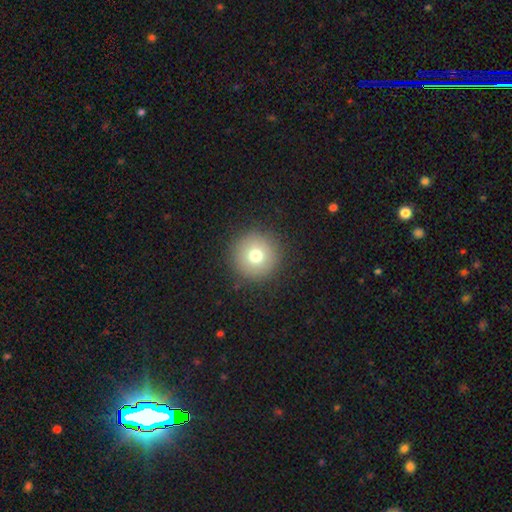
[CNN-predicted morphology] This is likely a smooth galaxy (74%). How rounded: clearly round (96%). Merging: clearly none (91%).